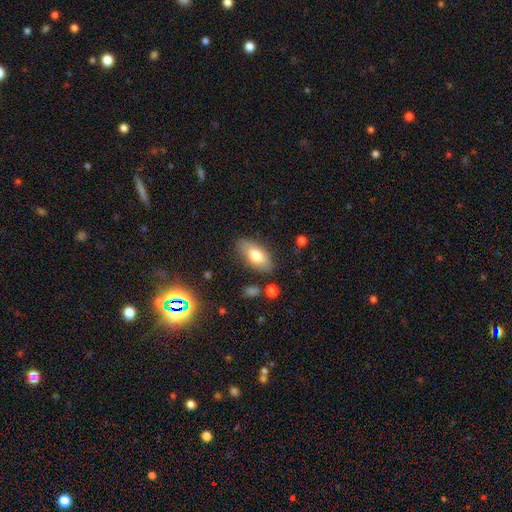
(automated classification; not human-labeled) smooth 74%, featured or disk 19%, star or artifact 7%. Down the decision tree: how rounded — in between (87%); merging — none (81%).